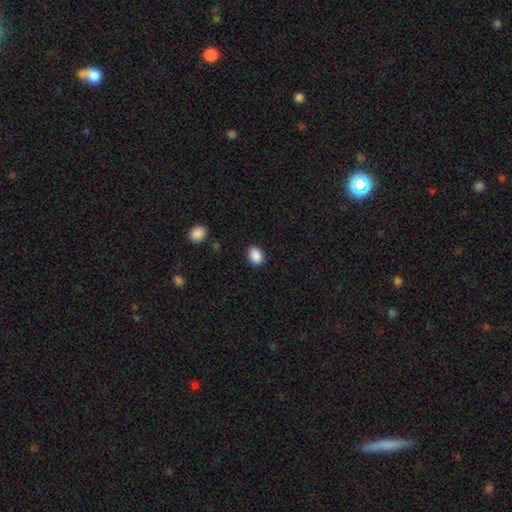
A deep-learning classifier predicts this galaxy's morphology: This appears to be a smooth galaxy with no disk features (89%) that is in between round and cigar-shaped (67%). Merging: none (86%).